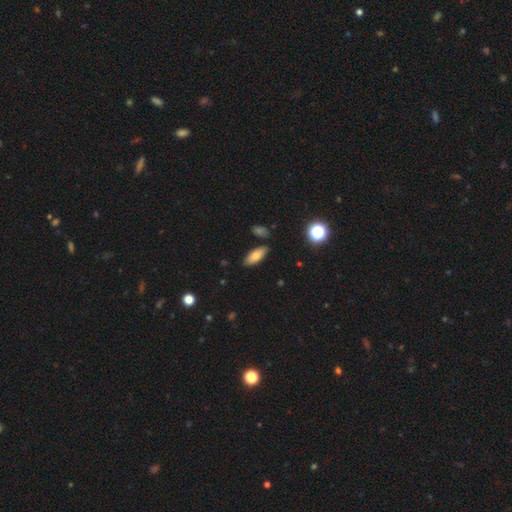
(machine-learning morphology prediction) The model was most divided on "how rounded": in between: 77%, cigar-shaped: 20%, round: 3%. More confident: merging — none (83%); smooth or featured — smooth (78%).